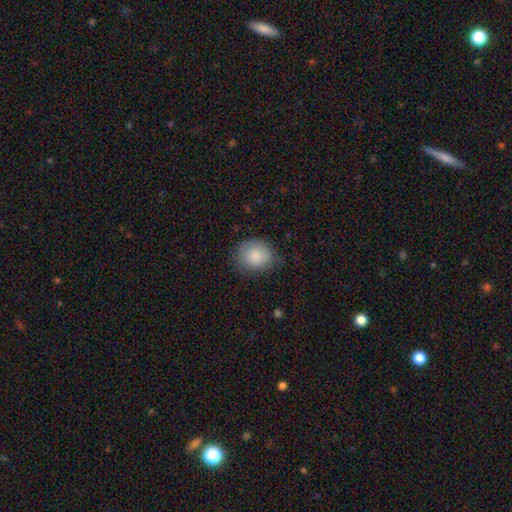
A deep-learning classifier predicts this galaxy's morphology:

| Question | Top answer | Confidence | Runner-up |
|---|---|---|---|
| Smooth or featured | smooth | 83% | featured or disk (9%) |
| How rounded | round | 69% | in between (30%) |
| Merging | none | 68% | minor disturbance (24%) |